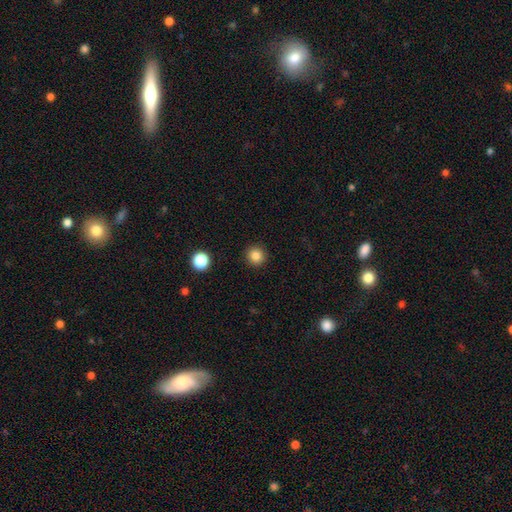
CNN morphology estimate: smooth-or-featured: smooth: 84% | star or artifact: 12% | featured or disk: 4%
  how-rounded: round: 94% | in between: 5% | cigar-shaped: 1%
  merging: none: 92% | minor disturbance: 5% | major disturbance: 2% | merger: 1%